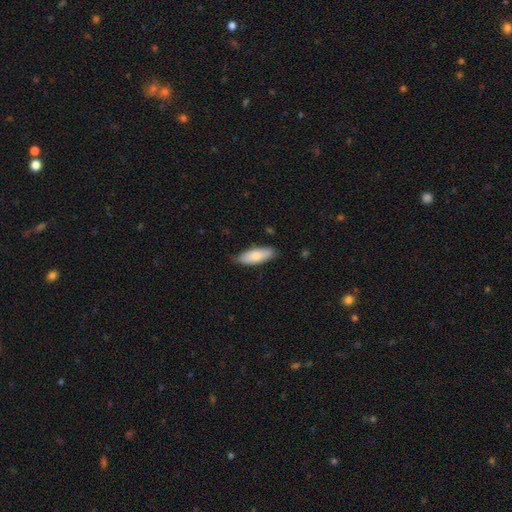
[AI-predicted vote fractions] A smooth galaxy with no disk features (79%) that is in between round and cigar-shaped (71%).

Vote fractions:
- Smooth or featured? smooth: 79% / featured or disk: 16% / star or artifact: 5%
- How rounded? in between: 71% / cigar-shaped: 27% / round: 2%
- Merging? none: 81% / minor disturbance: 16% / major disturbance: 2% / merger: 1%